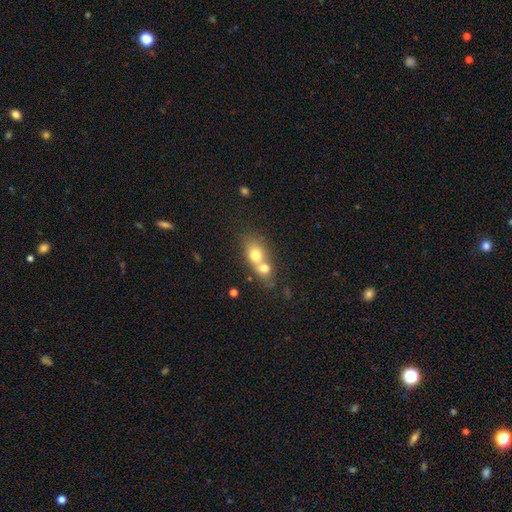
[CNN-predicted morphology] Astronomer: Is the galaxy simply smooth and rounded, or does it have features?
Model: smooth — 70%.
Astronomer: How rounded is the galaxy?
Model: in between — 55% (runner-up: round, 43%).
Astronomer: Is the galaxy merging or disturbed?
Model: merger — 71%.